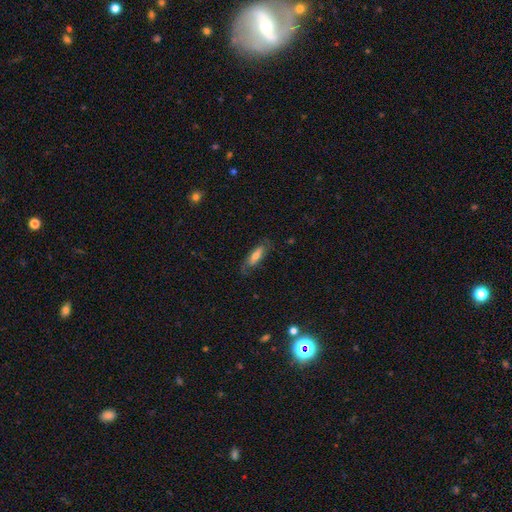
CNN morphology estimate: Smooth or featured? Predicted: smooth (p=0.51). How rounded? Predicted: in between (p=0.57). Merging? Predicted: none (p=0.70).